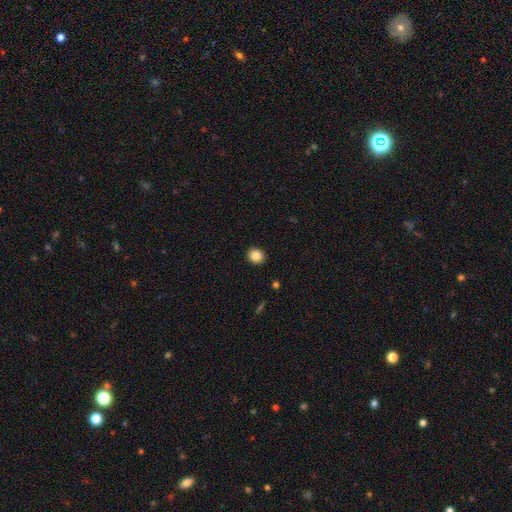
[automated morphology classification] A smooth galaxy with no disk features (85%) that is round (76%).

Vote fractions:
- Smooth or featured? smooth: 85% / star or artifact: 10% / featured or disk: 5%
- How rounded? round: 76% / in between: 23% / cigar-shaped: 1%
- Merging? none: 92% / minor disturbance: 6% / major disturbance: 2% / merger: 1%